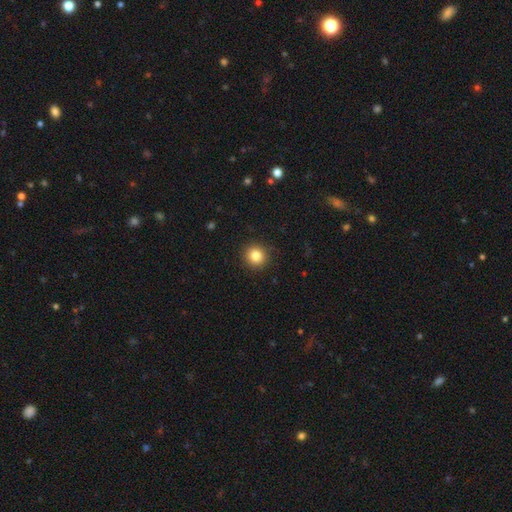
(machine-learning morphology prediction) smooth_or_featured: smooth (p=0.84) [alt: star or artifact p=0.11]
how_rounded: round (p=0.93) [alt: in between p=0.06]
merging: none (p=0.92) [alt: minor disturbance p=0.05]